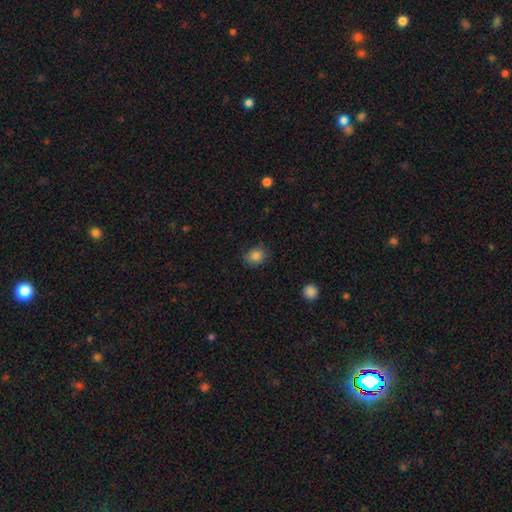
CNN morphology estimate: smooth_or_featured: smooth (p=0.84) [alt: star or artifact p=0.11]
how_rounded: round (p=0.63) [alt: in between p=0.36]
merging: none (p=0.79) [alt: minor disturbance p=0.17]